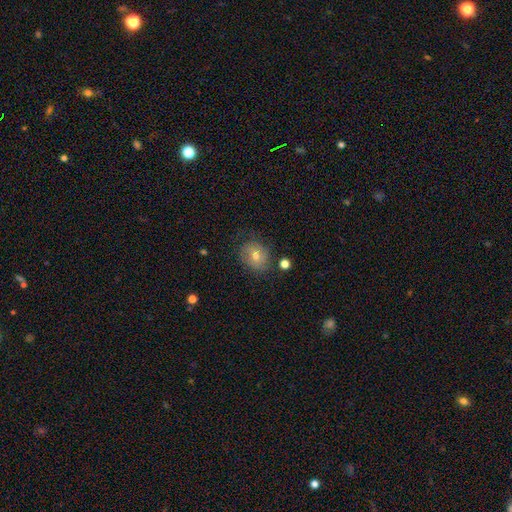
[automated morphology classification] The model was most divided on "how rounded": round: 62%, in between: 37%, cigar-shaped: 1%. More confident: merging — none (67%); smooth or featured — smooth (64%).